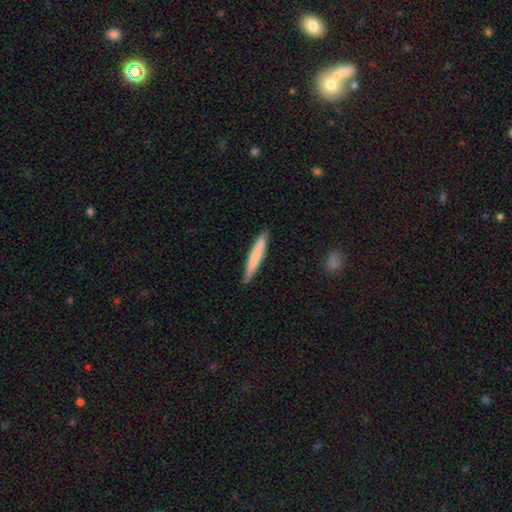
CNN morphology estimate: Smooth or featured: smooth — 73% (featured or disk — 22%)
How rounded: cigar-shaped — 95% (in between — 4%)
Merging: none — 89% (minor disturbance — 8%)